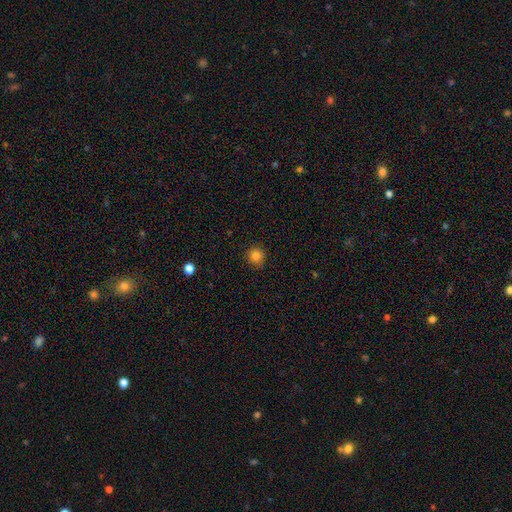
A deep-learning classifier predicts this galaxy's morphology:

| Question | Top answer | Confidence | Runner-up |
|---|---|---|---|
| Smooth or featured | smooth | 83% | star or artifact (12%) |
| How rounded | round | 93% | in between (6%) |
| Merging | none | 90% | minor disturbance (7%) |